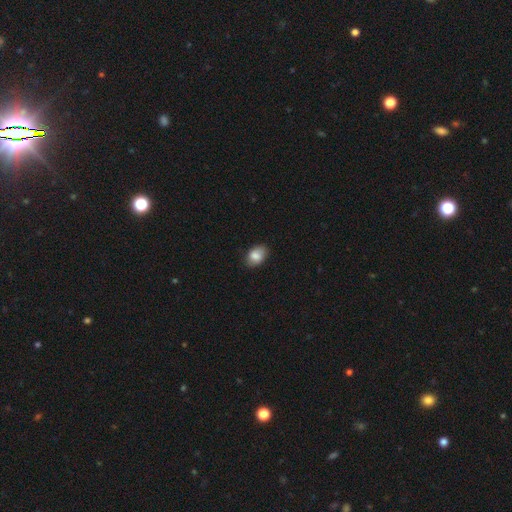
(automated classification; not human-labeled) smooth_or_featured: smooth (p=0.85) [alt: star or artifact p=0.07]
how_rounded: in between (p=0.82) [alt: round p=0.17]
merging: none (p=0.82) [alt: minor disturbance p=0.14]